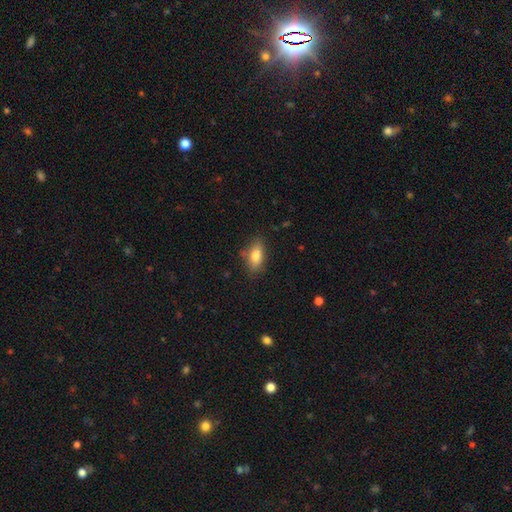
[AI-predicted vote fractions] Q: Smooth or featured?
A: smooth (79%); runner-up: featured or disk (13%)
Q: How rounded?
A: in between (83%); runner-up: cigar-shaped (12%)
Q: Merging?
A: none (78%); runner-up: minor disturbance (16%)